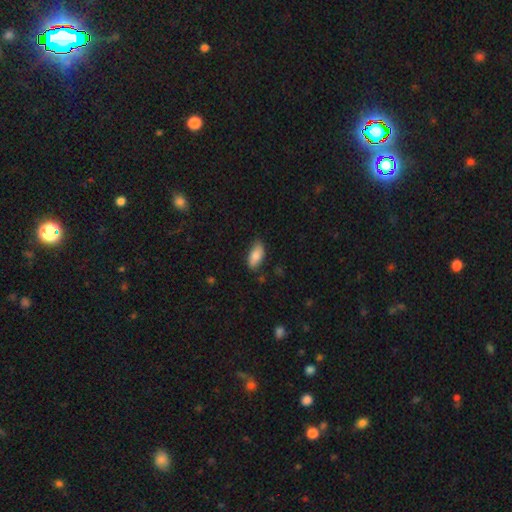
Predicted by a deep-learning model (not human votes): smooth 83%, featured or disk 11%, star or artifact 6%. Down the decision tree: how rounded — in between (89%); merging — none (78%).